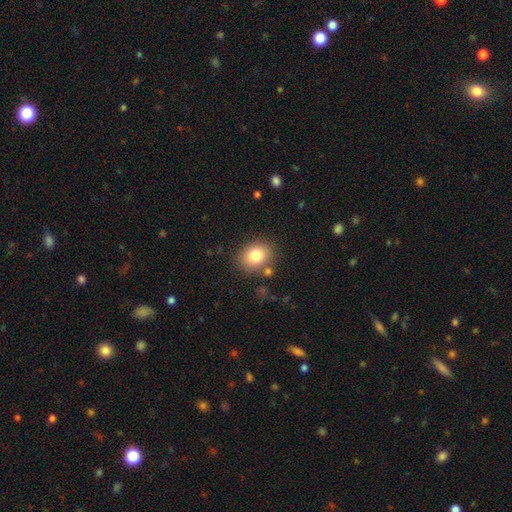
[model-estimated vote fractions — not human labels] Smooth or featured: smooth — 80% (featured or disk — 10%)
How rounded: in between — 51% (round — 49%)
Merging: none — 81% (minor disturbance — 11%)